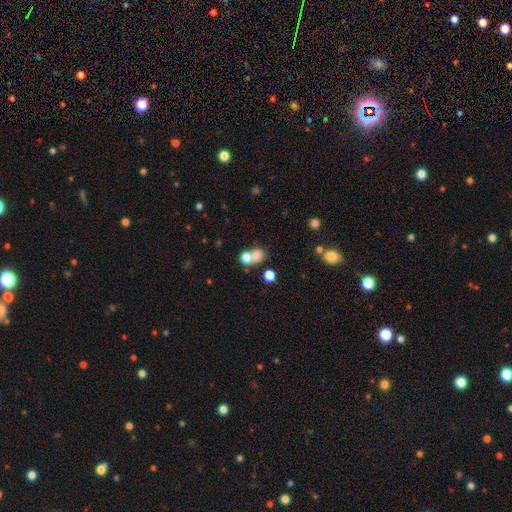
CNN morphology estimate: This is likely a smooth galaxy (74%). How rounded: likely round (63%). Merging: possibly merger (48%).